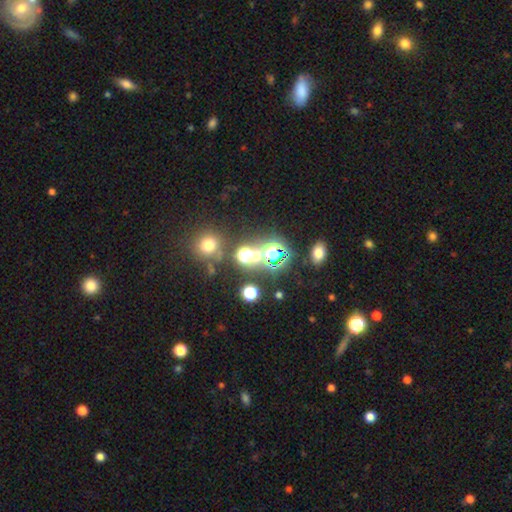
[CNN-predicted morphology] smooth-or-featured: star or artifact: 61% | smooth: 29% | featured or disk: 10%